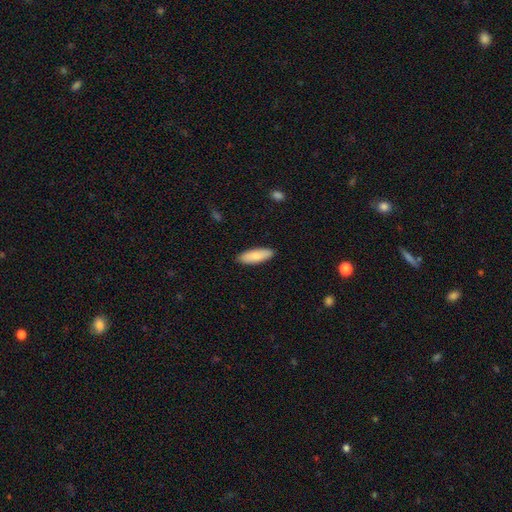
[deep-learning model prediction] This appears to be a smooth galaxy with no disk features (82%) that is in between round and cigar-shaped (62%). Merging: none (88%).